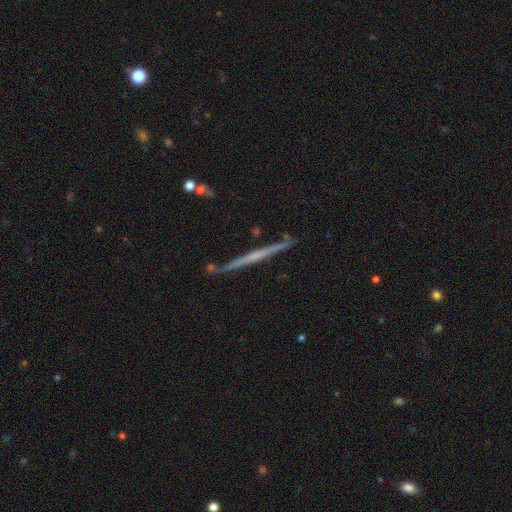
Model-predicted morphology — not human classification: Smooth or featured: featured or disk — 71% (smooth — 23%)
Edge-on disk: yes — 98% (no — 2%)
Edge-on bulge: none — 68% (rounded — 24%)
Merging: none — 86% (minor disturbance — 9%)